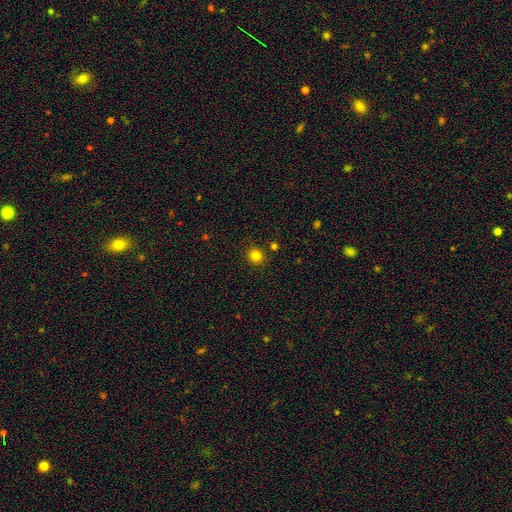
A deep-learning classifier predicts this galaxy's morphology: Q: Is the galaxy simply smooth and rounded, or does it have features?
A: smooth — 82%.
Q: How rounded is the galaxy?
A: round — 88%.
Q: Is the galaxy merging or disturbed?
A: none — 87%.